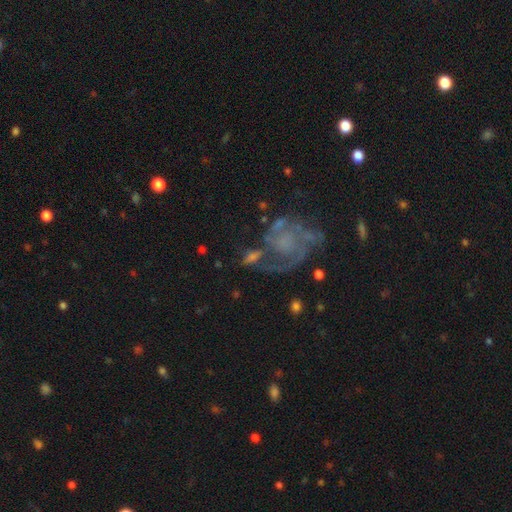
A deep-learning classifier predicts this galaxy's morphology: A featured or disk galaxy (77%) with no bar (74%), 2 (47%) medium (44%) spiral arms (85%) and no central bulge (50%). Merging: none (43%).